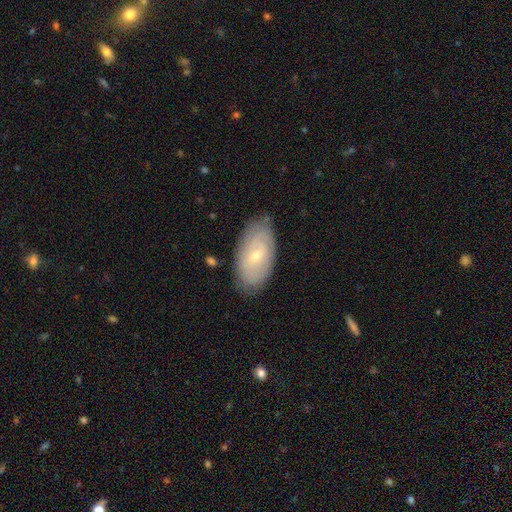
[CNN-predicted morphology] featured or disk 54%, smooth 39%, star or artifact 7%. Down the decision tree: edge-on disk — no (91%); merging — none (77%).